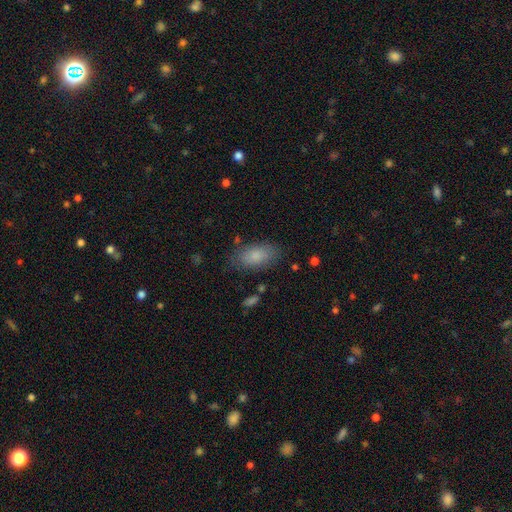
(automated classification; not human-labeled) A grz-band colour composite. It shows a smooth galaxy with no disk features (83%) that is in between round and cigar-shaped (91%). Merging: none (79%).